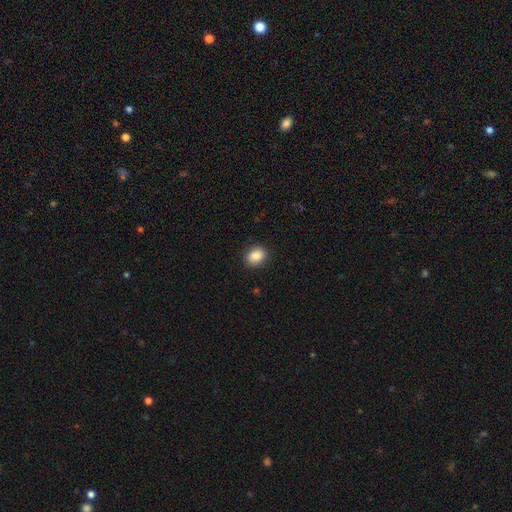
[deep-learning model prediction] Smooth or featured: smooth — 86% (star or artifact — 9%)
How rounded: round — 51% (in between — 48%)
Merging: none — 89% (minor disturbance — 8%)